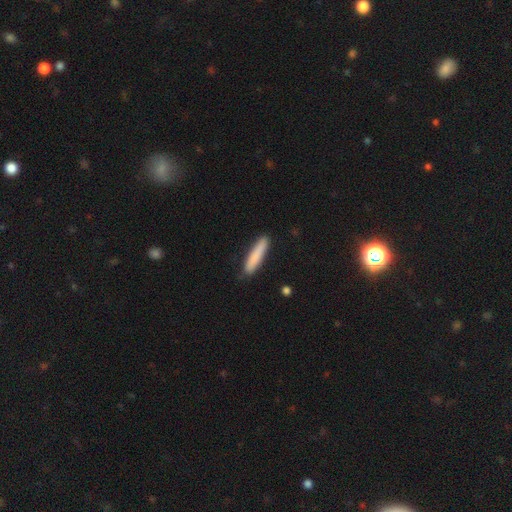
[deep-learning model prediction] A smooth galaxy with no disk features (83%) that is cigar-shaped (88%). Merging: none (86%).